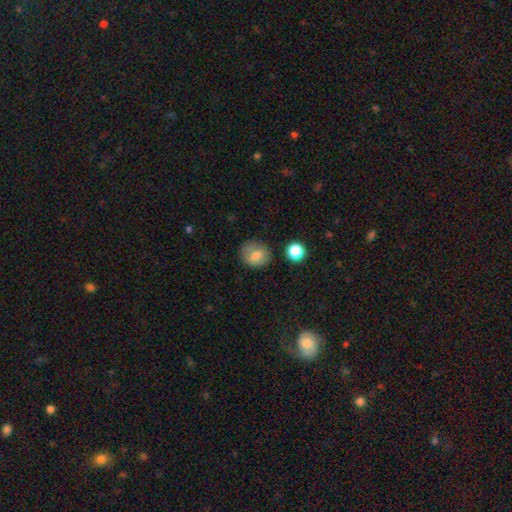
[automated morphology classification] Smooth or featured? smooth (78%)
How rounded? round (74%)
Merging? none (77%)